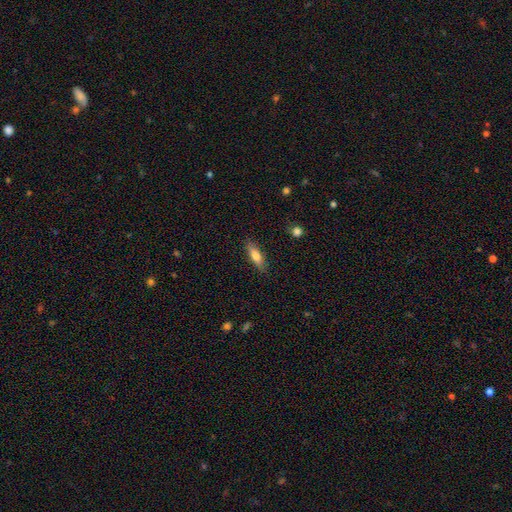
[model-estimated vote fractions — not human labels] A smooth galaxy with no disk features (74%) that is cigar-shaped (52%). Merging: none (86%).